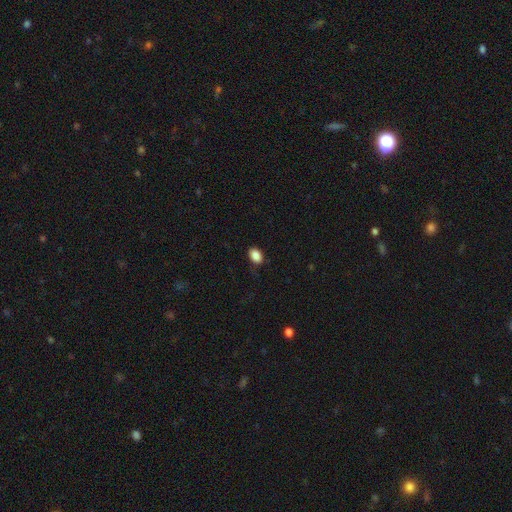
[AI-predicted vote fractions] Smooth or featured: smooth — 88% (star or artifact — 8%)
How rounded: in between — 82% (round — 17%)
Merging: none — 81% (minor disturbance — 14%)